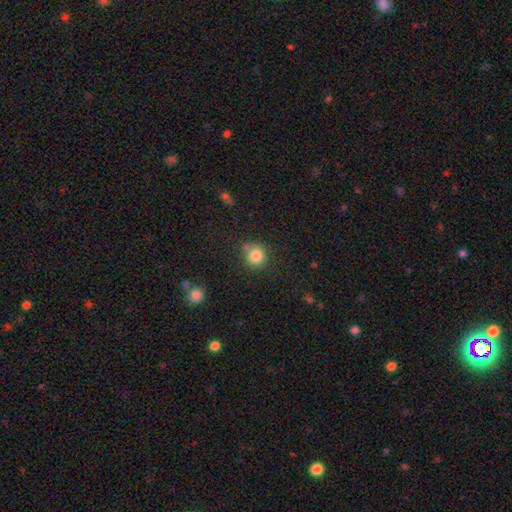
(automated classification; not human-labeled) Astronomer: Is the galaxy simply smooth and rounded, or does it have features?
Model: smooth — 83%.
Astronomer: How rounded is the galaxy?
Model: round — 89%.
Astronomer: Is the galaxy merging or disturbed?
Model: none — 70%.